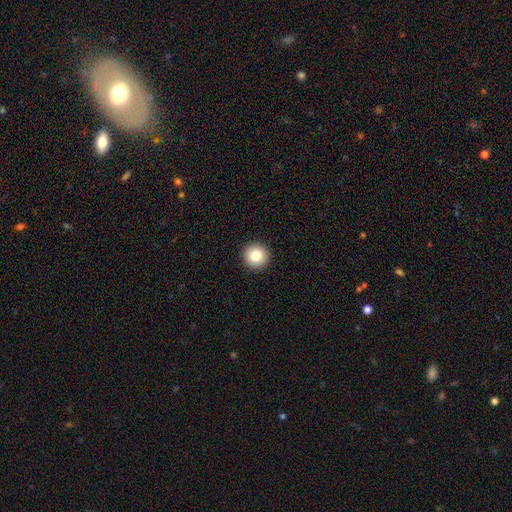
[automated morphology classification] This is clearly a smooth galaxy (82%). How rounded: clearly round (96%). Merging: clearly none (94%).